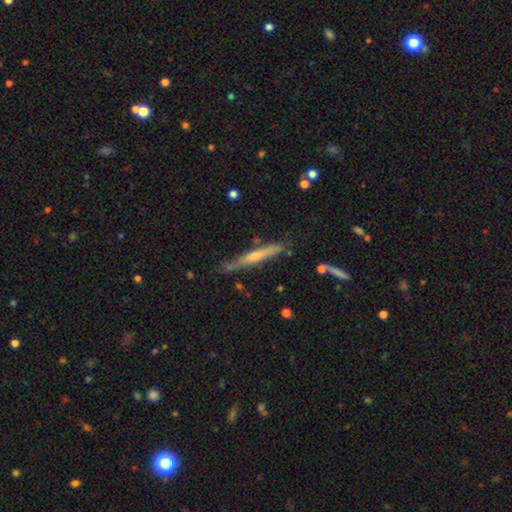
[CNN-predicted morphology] smooth-or-featured: featured or disk: 58% | smooth: 35% | star or artifact: 7%
  disk-edge-on: yes: 95% | no: 5%
    edge-on-bulge: rounded: 52% | none: 39% | boxy: 9%
  merging: none: 78% | minor disturbance: 16% | merger: 3% | major disturbance: 3%